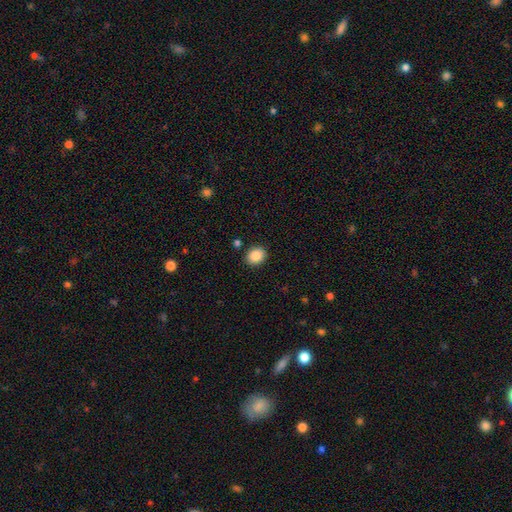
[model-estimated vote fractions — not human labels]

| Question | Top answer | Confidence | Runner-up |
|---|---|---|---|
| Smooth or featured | smooth | 88% | star or artifact (8%) |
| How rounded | round | 60% | in between (39%) |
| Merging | none | 88% | minor disturbance (7%) |